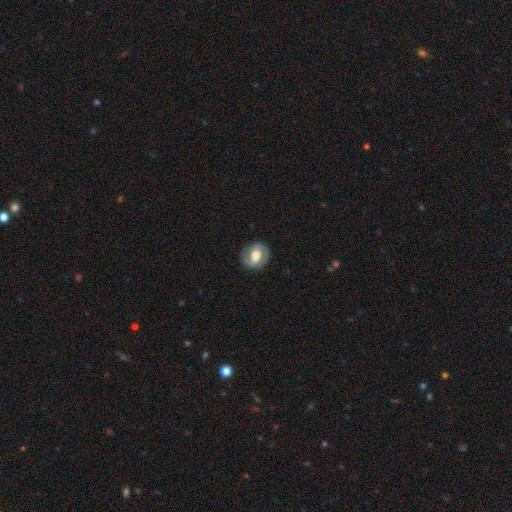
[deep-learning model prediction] This is likely a featured or disk galaxy (64%). It is clearly not viewed edge-on (97%). Bar: marginally weak (43%). Spiral arm pattern: clearly yes (81%). Spiral arm count: clearly 2 (85%). Spiral winding: possibly tight (45%). Central bulge: possibly moderate (46%). Merging: clearly none (83%).